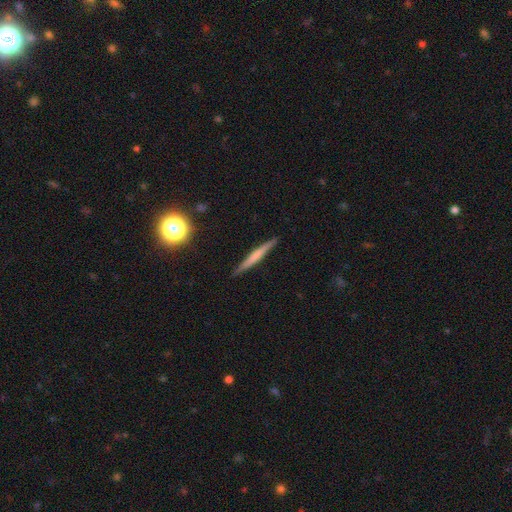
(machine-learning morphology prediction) The model was most divided on "smooth or featured": featured or disk: 48%, smooth: 44%, star or artifact: 8%. More confident: merging — none (89%).